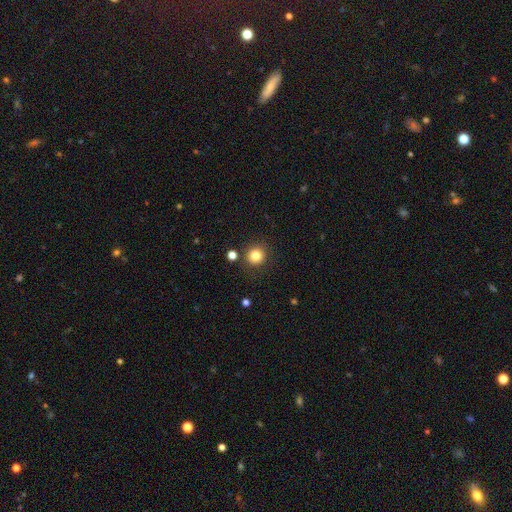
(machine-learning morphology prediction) smooth_or_featured: smooth (p=0.82) [alt: star or artifact p=0.13]
how_rounded: round (p=0.92) [alt: in between p=0.07]
merging: none (p=0.88) [alt: minor disturbance p=0.07]